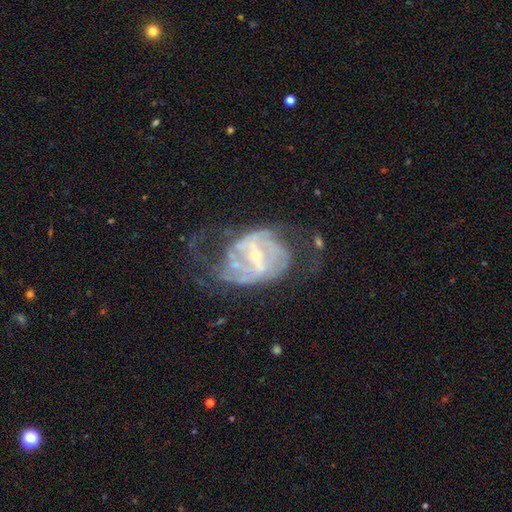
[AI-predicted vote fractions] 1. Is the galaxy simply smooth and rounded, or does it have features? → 85% featured or disk, 8% smooth, 7% star or artifact.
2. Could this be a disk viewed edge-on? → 96% no, 4% yes.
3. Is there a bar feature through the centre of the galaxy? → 40% weak, 39% strong, 21% no.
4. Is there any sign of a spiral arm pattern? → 82% yes, 18% no.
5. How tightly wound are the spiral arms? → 44% medium, 32% tight, 24% loose.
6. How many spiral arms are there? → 51% 2, 28% can't tell, 9% 3, 4% 4, 4% 1, 3% more than 4.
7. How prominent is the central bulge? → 73% small, 22% moderate, 2% none, 2% large, 1% dominant.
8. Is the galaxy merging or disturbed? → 44% none, 33% major disturbance, 20% minor disturbance, 3% merger.